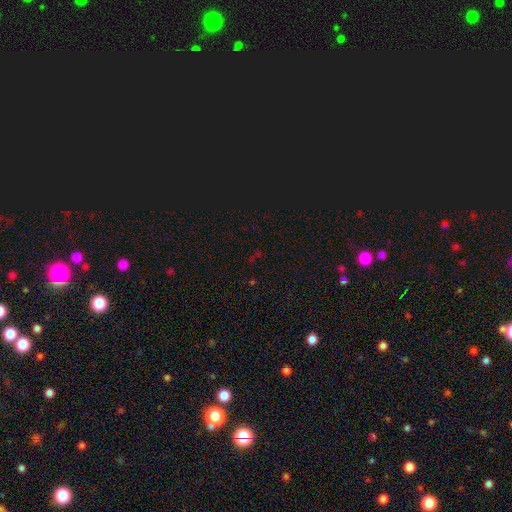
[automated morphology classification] A star or artifact, not a galaxy (69%).